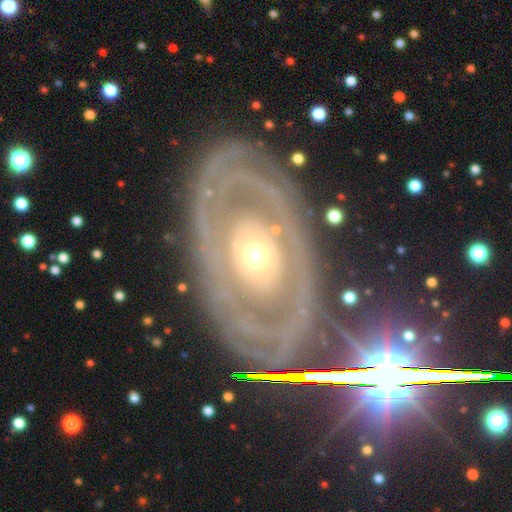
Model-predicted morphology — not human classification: Smooth or featured? featured or disk (83%)
Edge-on disk? no (94%)
Bar? no (87%)
Spiral arms? yes (59%)
Bulge size? moderate (57%)
Merging? none (69%)